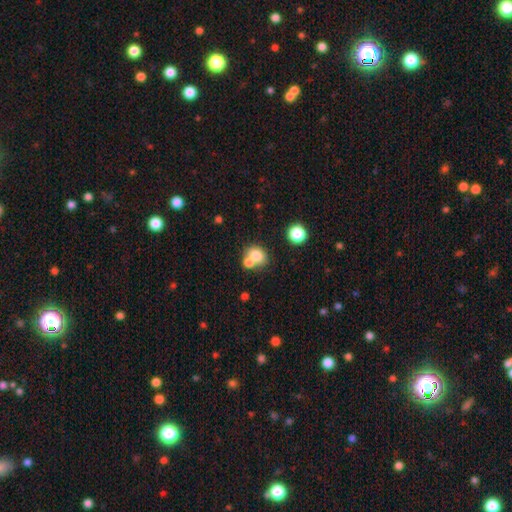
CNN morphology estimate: smooth_or_featured: smooth (p=0.76) [alt: featured or disk p=0.13]
how_rounded: in between (p=0.50) [alt: round p=0.49]
merging: merger (p=0.47) [alt: none p=0.40]